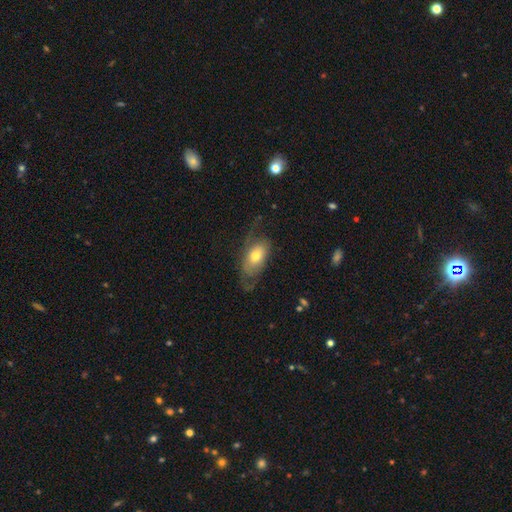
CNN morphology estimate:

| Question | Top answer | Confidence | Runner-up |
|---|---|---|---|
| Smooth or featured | smooth | 50% | featured or disk (43%) |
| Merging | none | 49% | major disturbance (25%) |